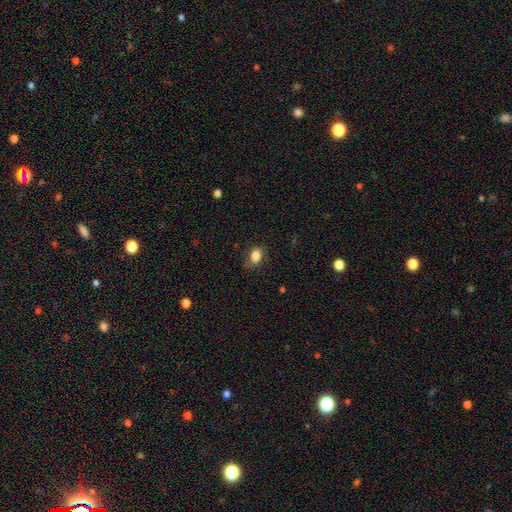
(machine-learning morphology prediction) The model was most divided on "merging": none: 69%, minor disturbance: 22%, major disturbance: 7%, merger: 1%. More confident: smooth or featured — smooth (82%); how rounded — in between (79%).